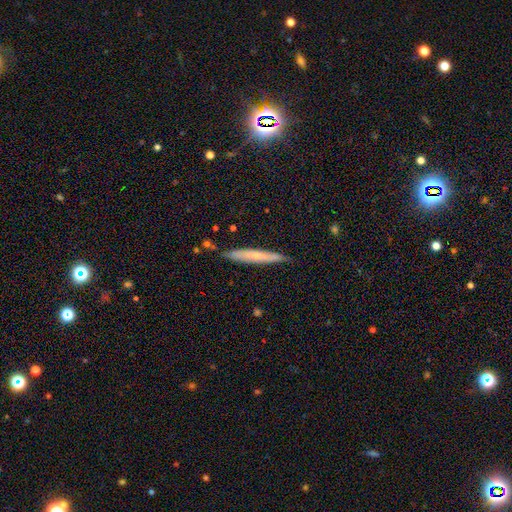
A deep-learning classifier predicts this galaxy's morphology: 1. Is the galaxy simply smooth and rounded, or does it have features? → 52% smooth, 41% featured or disk, 7% star or artifact.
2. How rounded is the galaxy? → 95% cigar-shaped, 4% in between, 1% round.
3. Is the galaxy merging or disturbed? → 84% none, 12% minor disturbance, 2% merger, 2% major disturbance.